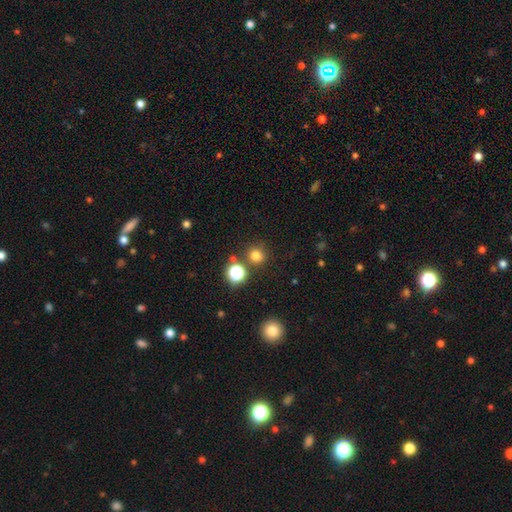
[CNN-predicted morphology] Smooth or featured: smooth — 75% (star or artifact — 20%)
How rounded: round — 89% (in between — 10%)
Merging: none — 79% (minor disturbance — 9%)